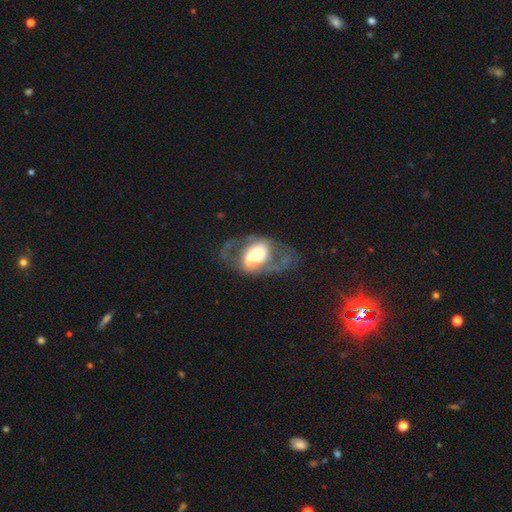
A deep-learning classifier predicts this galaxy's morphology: A featured or disk galaxy (67%) with no bar (46%), spiral arms (56%) and a moderate central bulge (47%). Merging: none (54%).